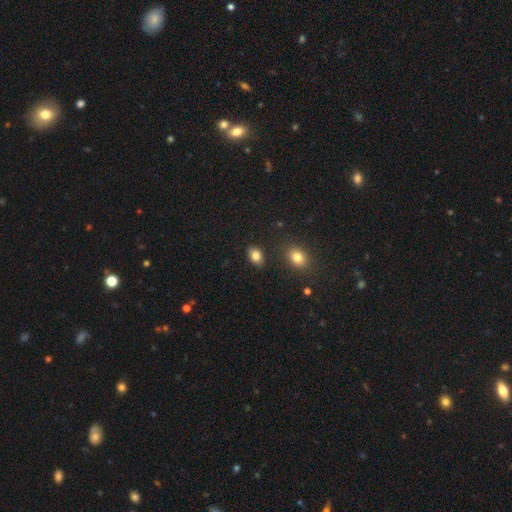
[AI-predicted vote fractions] Smooth or featured? smooth (83%)
How rounded? in between (80%)
Merging? none (84%)